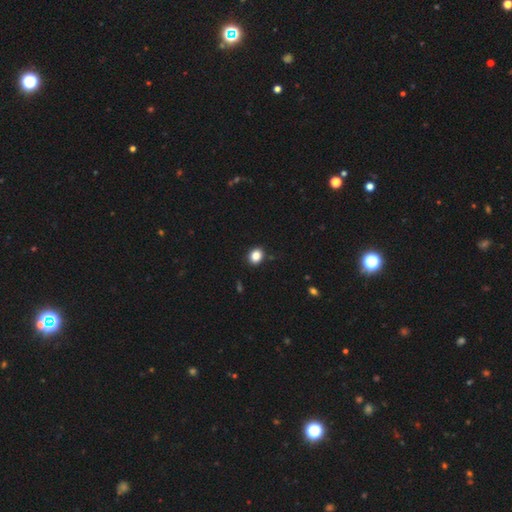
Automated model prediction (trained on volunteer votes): smooth_or_featured: smooth (p=0.85) [alt: star or artifact p=0.10]
how_rounded: round (p=0.55) [alt: in between p=0.44]
merging: none (p=0.89) [alt: minor disturbance p=0.08]